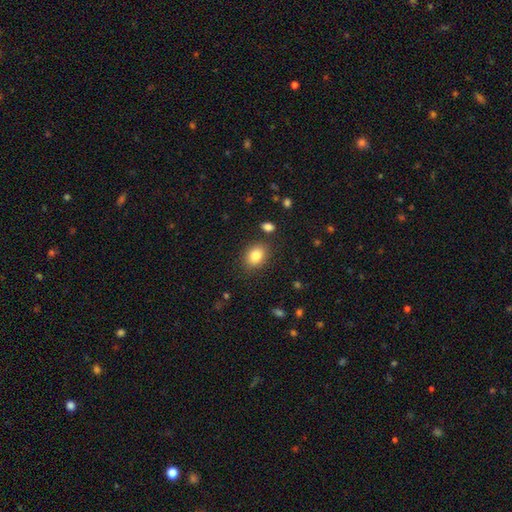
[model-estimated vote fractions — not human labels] Morphology: type=smooth (84%); roundness=in between (61%); merging=none (84%).